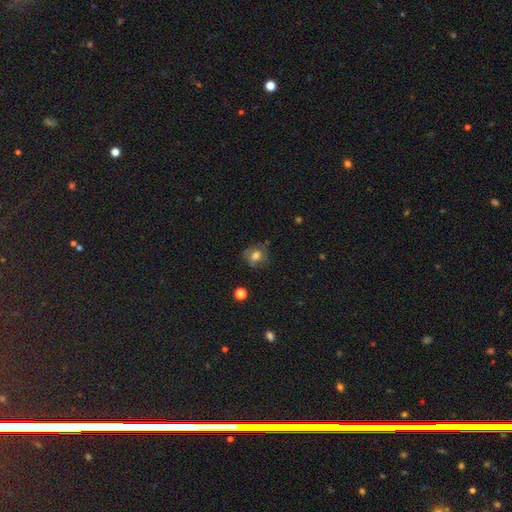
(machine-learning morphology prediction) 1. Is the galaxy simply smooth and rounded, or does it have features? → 57% smooth, 31% featured or disk, 12% star or artifact.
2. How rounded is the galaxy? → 65% round, 34% in between, 1% cigar-shaped.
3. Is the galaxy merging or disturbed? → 64% none, 23% minor disturbance, 10% major disturbance, 3% merger.